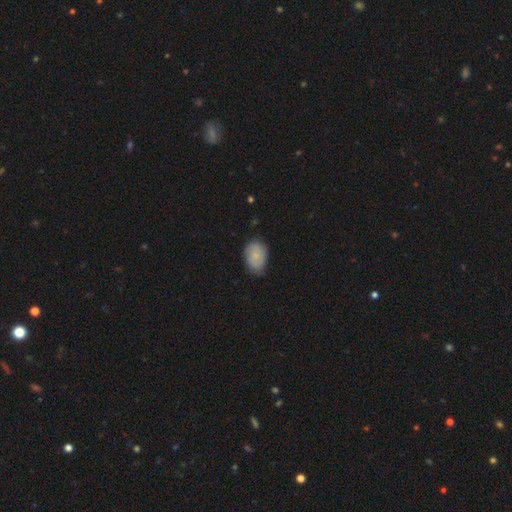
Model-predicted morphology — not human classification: Smooth or featured? Predicted: smooth (p=0.77). How rounded? Predicted: in between (p=0.85). Merging? Predicted: none (p=0.67).